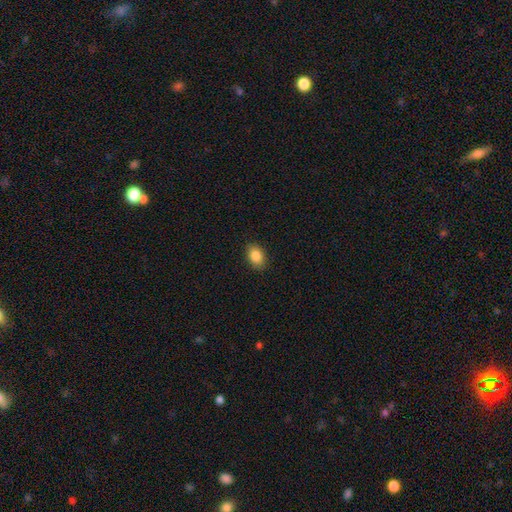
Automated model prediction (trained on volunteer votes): A smooth galaxy with no disk features (87%) that is in between round and cigar-shaped (81%).

Vote fractions:
- Smooth or featured? smooth: 87% / star or artifact: 8% / featured or disk: 5%
- How rounded? in between: 81% / round: 18% / cigar-shaped: 1%
- Merging? none: 88% / minor disturbance: 9% / major disturbance: 2% / merger: 1%